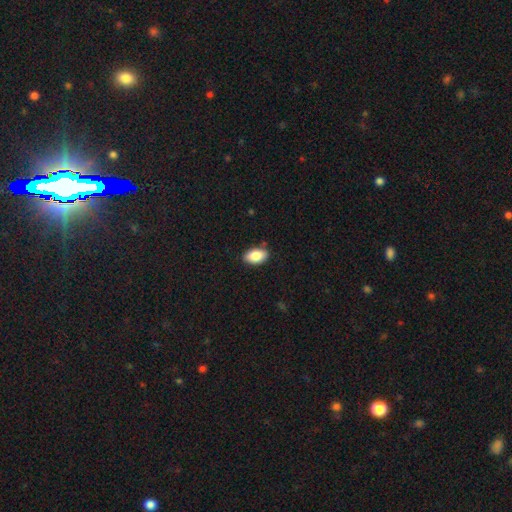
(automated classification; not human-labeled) smooth_or_featured: smooth (p=0.87) [alt: star or artifact p=0.07]
how_rounded: in between (p=0.93) [alt: round p=0.06]
merging: none (p=0.85) [alt: minor disturbance p=0.11]